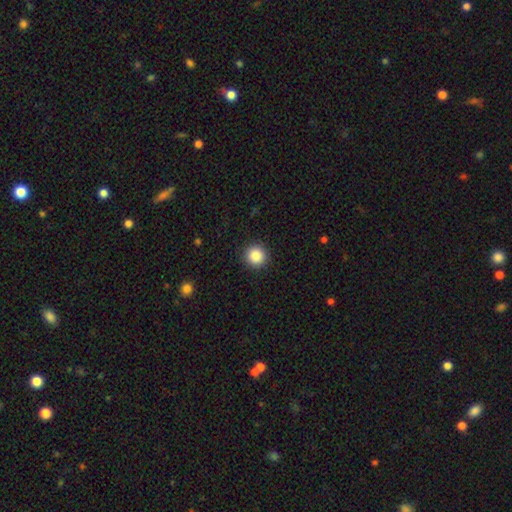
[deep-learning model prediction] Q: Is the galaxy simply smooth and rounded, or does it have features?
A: smooth — 88%.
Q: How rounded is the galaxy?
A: round — 95%.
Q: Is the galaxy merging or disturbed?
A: none — 92%.